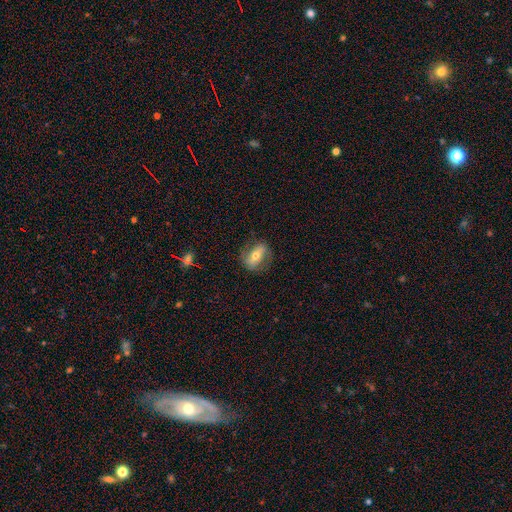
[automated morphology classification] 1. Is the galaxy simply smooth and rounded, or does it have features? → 59% featured or disk, 33% smooth, 8% star or artifact.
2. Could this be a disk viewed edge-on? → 86% no, 14% yes.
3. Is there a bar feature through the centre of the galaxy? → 51% strong, 25% weak, 24% no.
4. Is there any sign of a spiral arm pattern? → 65% yes, 35% no.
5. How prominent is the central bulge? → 60% moderate, 33% small, 4% large, 1% none, 1% dominant.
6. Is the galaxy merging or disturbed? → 76% none, 16% minor disturbance, 7% major disturbance, 1% merger.